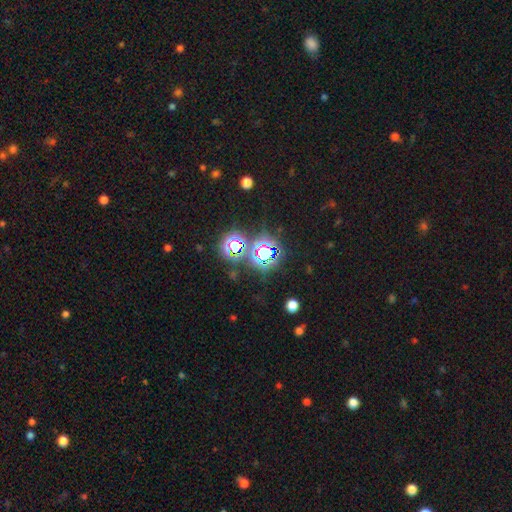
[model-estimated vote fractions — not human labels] Overall: star or artifact (75%).